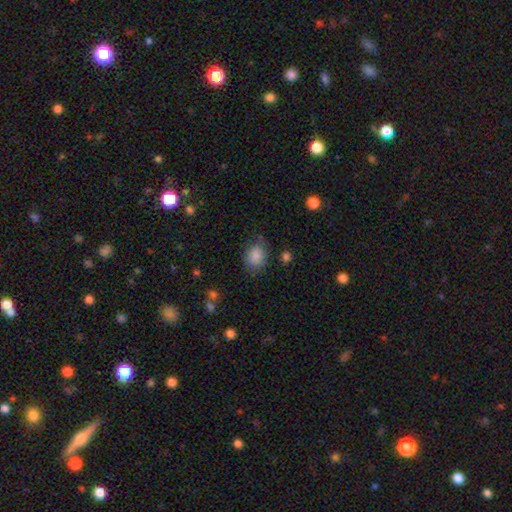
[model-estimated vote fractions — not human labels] Smooth or featured?
  - smooth: 87% *
  - star or artifact: 9%
  - featured or disk: 5%
How rounded?
  - in between: 53% *
  - round: 46%
  - cigar-shaped: 1%
Merging?
  - none: 72% *
  - minor disturbance: 20%
  - major disturbance: 6%
  - merger: 2%